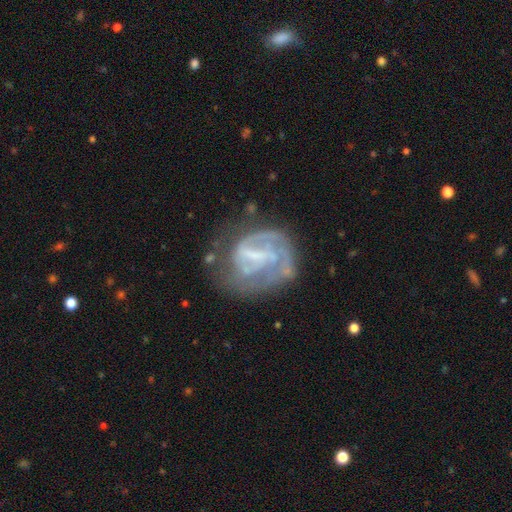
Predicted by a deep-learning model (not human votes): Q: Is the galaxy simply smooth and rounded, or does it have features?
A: featured or disk — 80%.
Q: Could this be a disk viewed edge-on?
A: no — 98%.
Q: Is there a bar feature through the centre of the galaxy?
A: weak — 45%.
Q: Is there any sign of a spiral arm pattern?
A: yes — 79%.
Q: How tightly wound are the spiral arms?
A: tight — 48%.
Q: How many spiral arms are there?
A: can't tell — 34%.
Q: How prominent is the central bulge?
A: none — 47%.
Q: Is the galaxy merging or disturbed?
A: none — 50%.